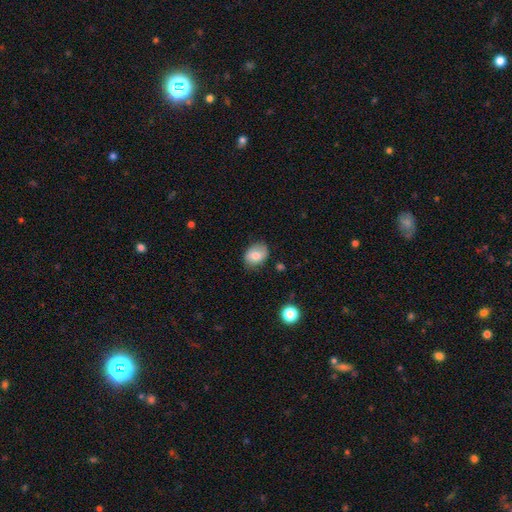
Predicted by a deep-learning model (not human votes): Smooth or featured? Predicted: smooth (p=0.77). How rounded? Predicted: in between (p=0.70). Merging? Predicted: none (p=0.74).